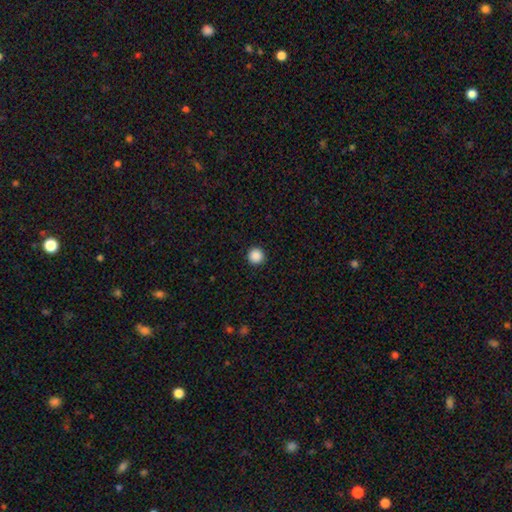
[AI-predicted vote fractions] smooth_or_featured: smooth (p=0.88) [alt: star or artifact p=0.10]
how_rounded: round (p=0.96) [alt: in between p=0.03]
merging: none (p=0.93) [alt: minor disturbance p=0.04]